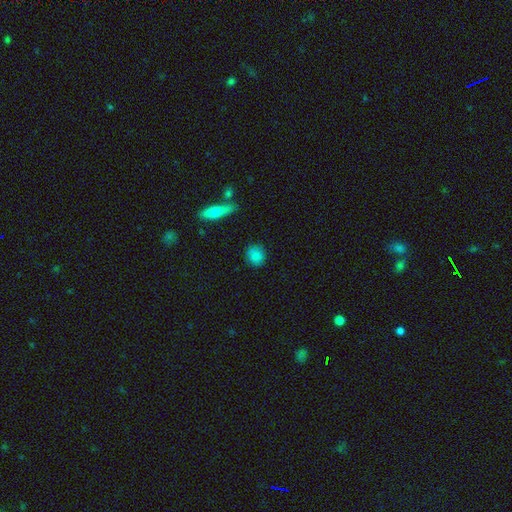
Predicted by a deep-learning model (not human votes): smooth 84%, star or artifact 9%, featured or disk 7%. Down the decision tree: how rounded — round (82%); merging — none (86%).